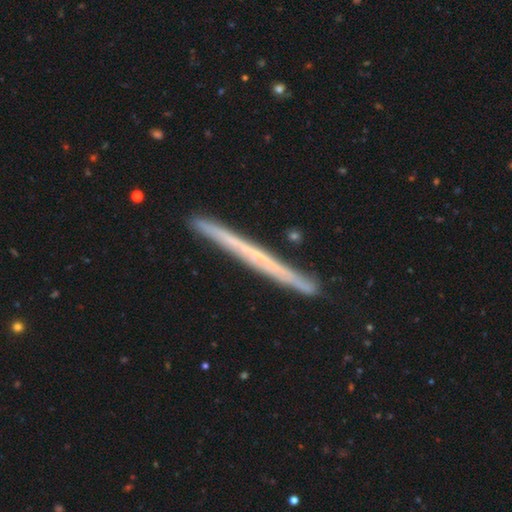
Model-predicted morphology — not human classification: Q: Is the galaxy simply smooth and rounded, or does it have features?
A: featured or disk — 59%.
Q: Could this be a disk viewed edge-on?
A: yes — 97%.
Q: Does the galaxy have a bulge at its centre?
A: none — 91%.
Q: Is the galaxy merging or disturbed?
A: none — 89%.